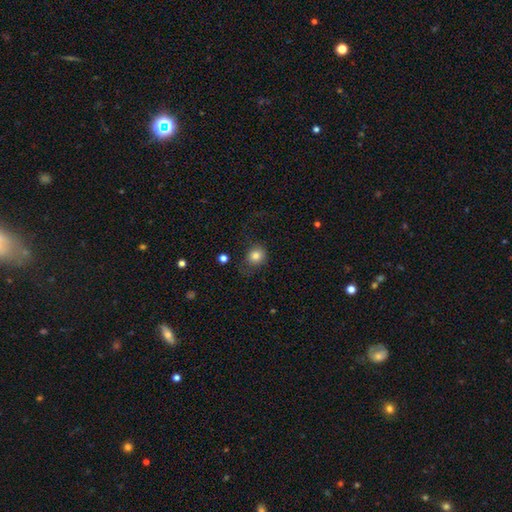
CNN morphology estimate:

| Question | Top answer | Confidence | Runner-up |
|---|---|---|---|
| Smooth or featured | smooth | 81% | star or artifact (11%) |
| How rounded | round | 80% | in between (19%) |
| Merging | none | 64% | minor disturbance (21%) |